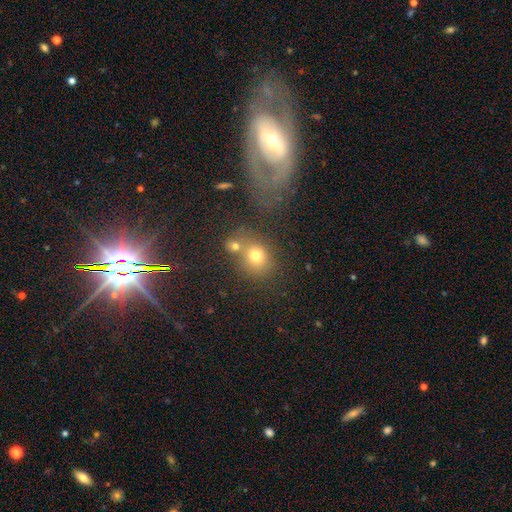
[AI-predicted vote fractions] A smooth galaxy with no disk features (71%) that is round (66%).

Vote fractions:
- Smooth or featured? smooth: 71% / star or artifact: 16% / featured or disk: 13%
- How rounded? round: 66% / in between: 32% / cigar-shaped: 1%
- Merging? none: 49% / merger: 32% / minor disturbance: 12% / major disturbance: 8%